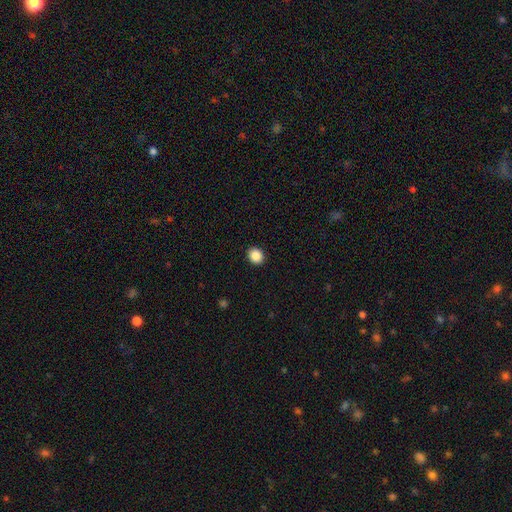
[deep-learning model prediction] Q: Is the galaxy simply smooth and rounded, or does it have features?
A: smooth — 88%.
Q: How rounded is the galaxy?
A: round — 69%.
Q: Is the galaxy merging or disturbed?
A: none — 92%.